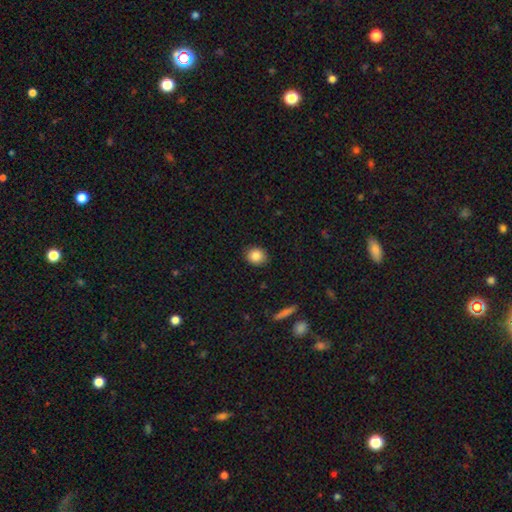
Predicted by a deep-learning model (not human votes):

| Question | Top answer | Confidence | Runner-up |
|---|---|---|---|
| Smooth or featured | smooth | 86% | star or artifact (9%) |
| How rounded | round | 73% | in between (25%) |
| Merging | none | 88% | minor disturbance (8%) |